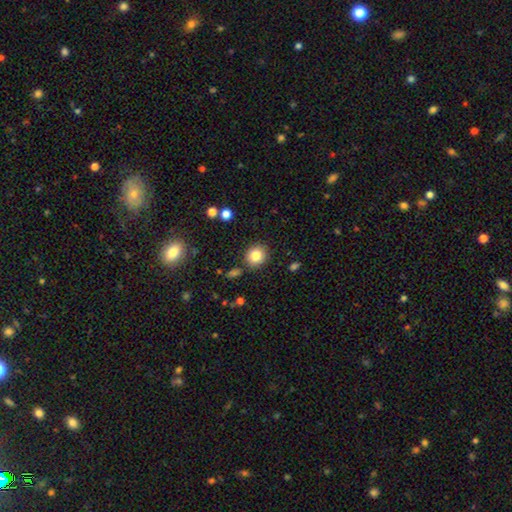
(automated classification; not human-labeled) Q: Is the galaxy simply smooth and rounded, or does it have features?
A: smooth — 83%.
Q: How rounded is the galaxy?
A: round — 82%.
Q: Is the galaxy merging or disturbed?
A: none — 86%.